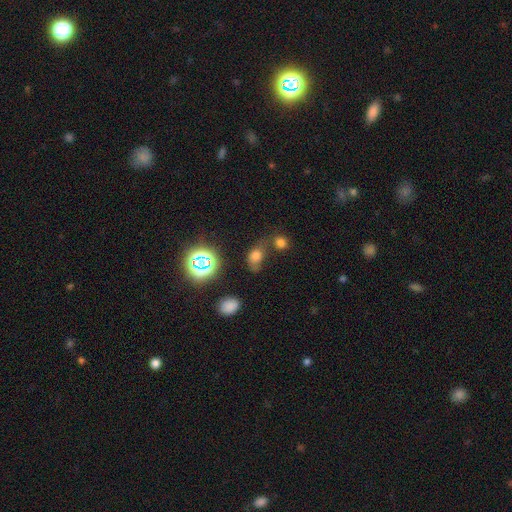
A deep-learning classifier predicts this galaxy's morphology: A smooth galaxy with no disk features (65%) that is in between round and cigar-shaped (70%).

Vote fractions:
- Smooth or featured? smooth: 65% / star or artifact: 23% / featured or disk: 12%
- How rounded? in between: 70% / round: 28% / cigar-shaped: 2%
- Merging? none: 39% / minor disturbance: 23% / merger: 22% / major disturbance: 16%